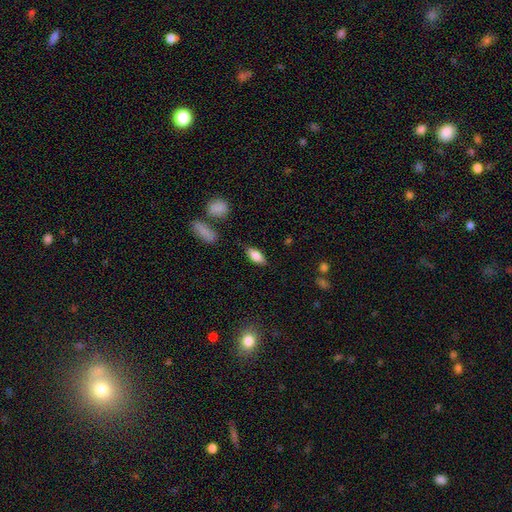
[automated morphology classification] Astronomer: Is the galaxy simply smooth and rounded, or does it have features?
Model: smooth — 82%.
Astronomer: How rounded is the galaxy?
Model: in between — 86%.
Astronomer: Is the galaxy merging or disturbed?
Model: none — 83%.